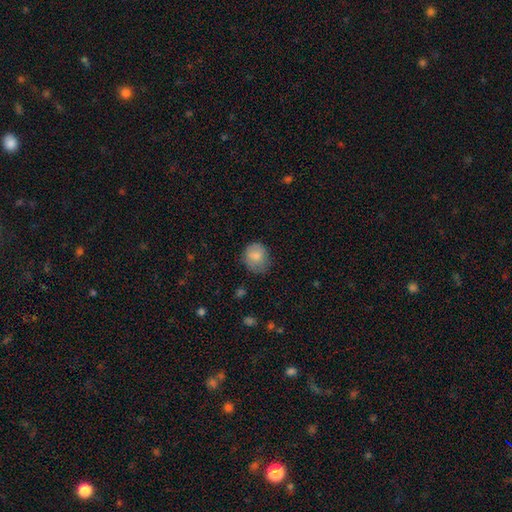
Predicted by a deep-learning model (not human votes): A smooth galaxy with no disk features (81%) that is round (72%). Merging: none (66%).